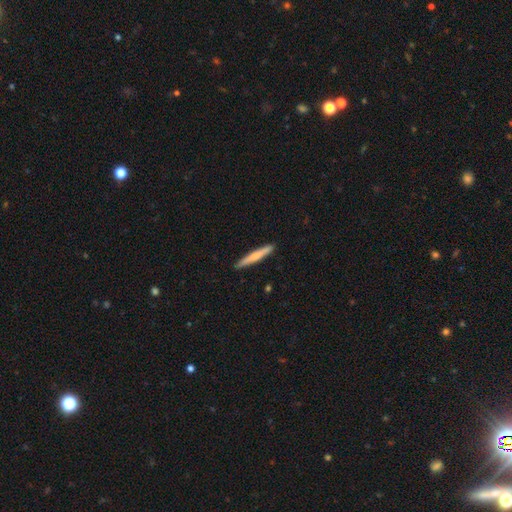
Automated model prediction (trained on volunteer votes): Smooth or featured?
  - smooth: 64% *
  - featured or disk: 31%
  - star or artifact: 5%
How rounded?
  - cigar-shaped: 95% *
  - in between: 3%
  - round: 1%
Merging?
  - none: 91% *
  - minor disturbance: 7%
  - major disturbance: 1%
  - merger: 1%